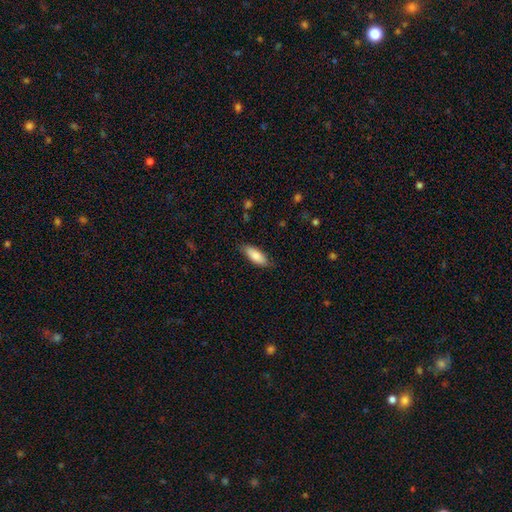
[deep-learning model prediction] Smooth or featured: smooth — 85% (featured or disk — 9%)
How rounded: in between — 77% (cigar-shaped — 21%)
Merging: none — 80% (minor disturbance — 16%)